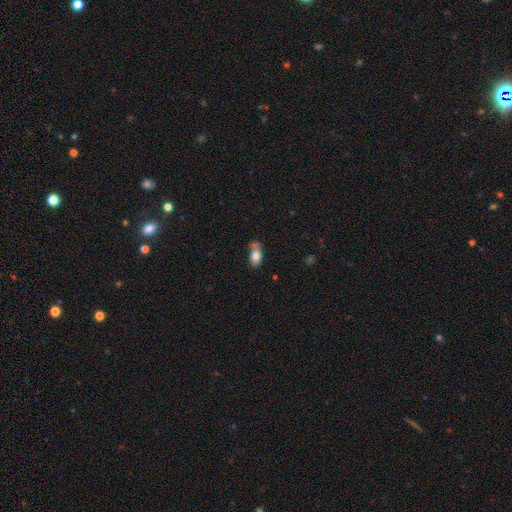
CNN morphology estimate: smooth-or-featured: smooth: 78% | featured or disk: 14% | star or artifact: 8%
  how-rounded: in between: 87% | round: 8% | cigar-shaped: 5%
  merging: none: 43% | minor disturbance: 25% | merger: 22% | major disturbance: 10%